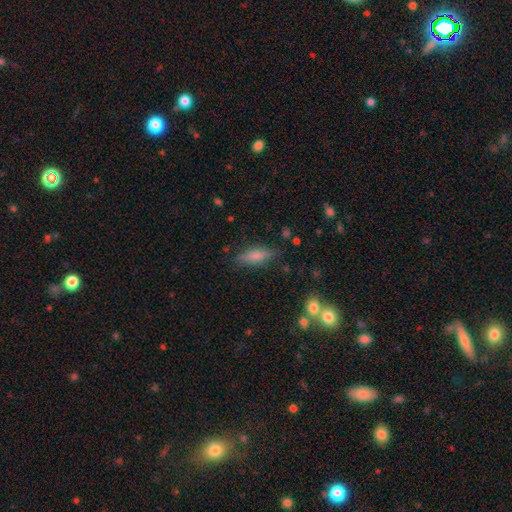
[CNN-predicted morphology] This is likely a smooth galaxy (69%). How rounded: possibly in between (52%). Merging: likely none (79%).